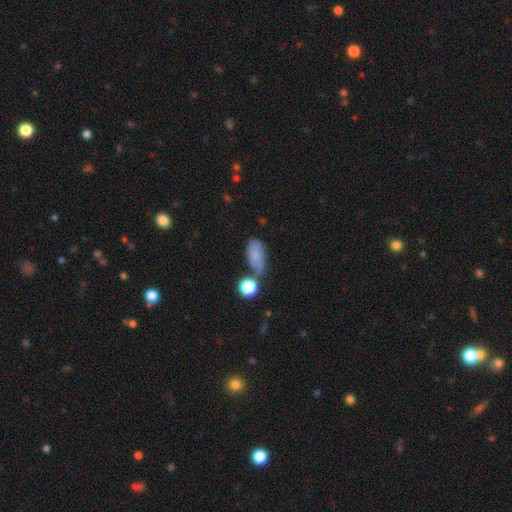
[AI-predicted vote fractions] The model was most divided on "merging": none: 46%, minor disturbance: 26%, merger: 16%, major disturbance: 11%. More confident: how rounded — in between (85%); smooth or featured — smooth (75%).